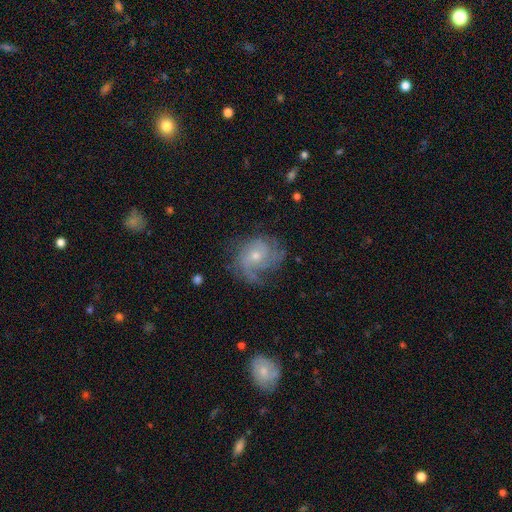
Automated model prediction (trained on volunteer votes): The model was most divided on "spiral arm count": can't tell: 28%, 2: 24%, 3: 23%, 1: 11%, 4: 8%, more than 4: 5%. Remaining: edge-on disk — no (97%); spiral arms — yes (92%); smooth or featured — featured or disk (75%); bar — no (73%); merging — none (60%); bulge size — small (55%); spiral winding — medium (41%).